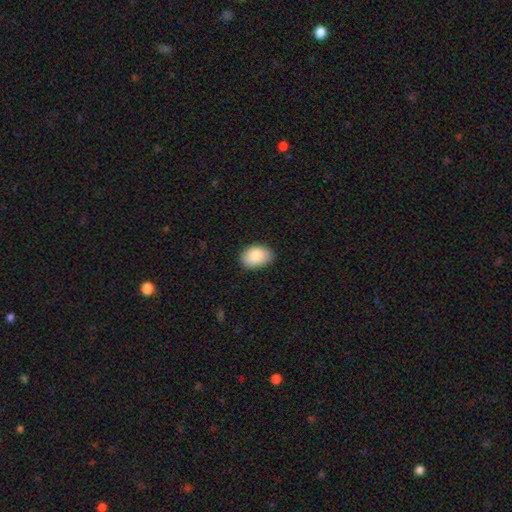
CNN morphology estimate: A smooth galaxy with no disk features (88%) that is in between round and cigar-shaped (85%). Merging: none (82%).